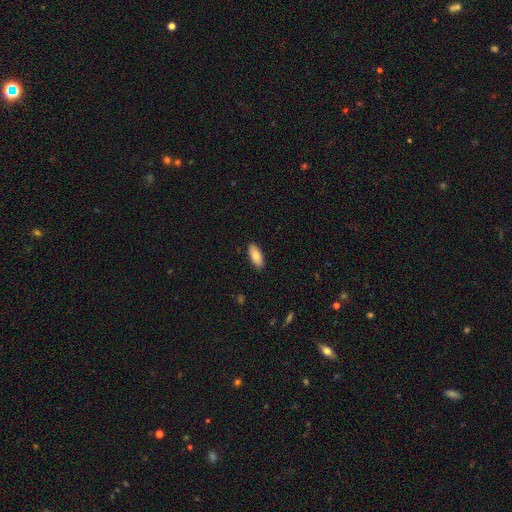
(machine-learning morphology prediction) A smooth galaxy with no disk features (87%) that is in between round and cigar-shaped (84%).

Vote fractions:
- Smooth or featured? smooth: 87% / featured or disk: 7% / star or artifact: 6%
- How rounded? in between: 84% / cigar-shaped: 14% / round: 2%
- Merging? none: 89% / minor disturbance: 8% / major disturbance: 2% / merger: 1%